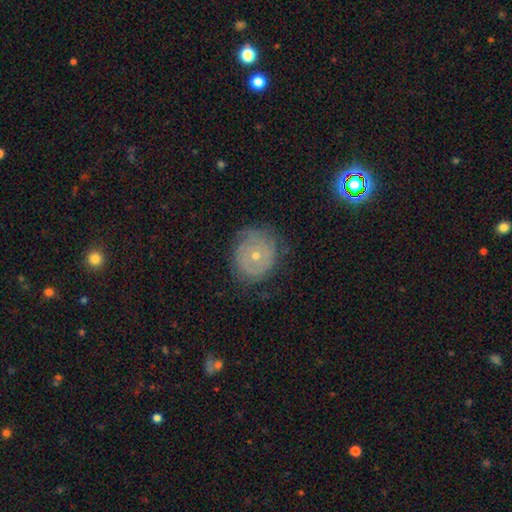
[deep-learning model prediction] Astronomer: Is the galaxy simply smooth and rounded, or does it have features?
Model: featured or disk — 59%.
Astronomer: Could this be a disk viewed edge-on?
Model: no — 97%.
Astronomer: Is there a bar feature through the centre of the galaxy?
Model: no — 86%.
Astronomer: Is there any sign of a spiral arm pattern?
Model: yes — 72%.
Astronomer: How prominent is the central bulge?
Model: small — 65%.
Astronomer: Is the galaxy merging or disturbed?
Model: none — 72%.